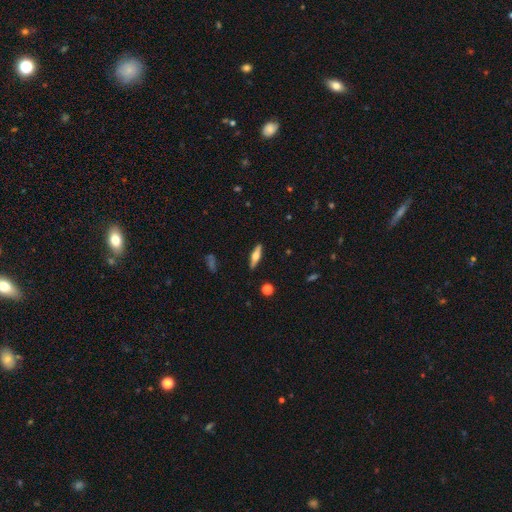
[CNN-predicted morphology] Smooth or featured?
  - featured or disk: 53% *
  - smooth: 40%
  - star or artifact: 6%
Edge-on disk?
  - yes: 95% *
  - no: 5%
Edge-on bulge?
  - rounded: 91% *
  - boxy: 6%
  - none: 3%
Merging?
  - none: 89% *
  - minor disturbance: 8%
  - major disturbance: 2%
  - merger: 1%